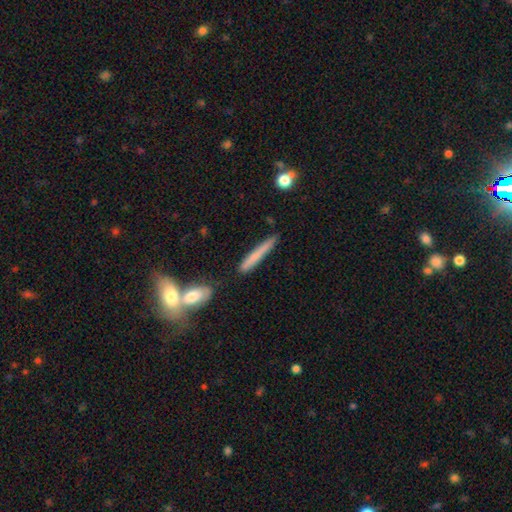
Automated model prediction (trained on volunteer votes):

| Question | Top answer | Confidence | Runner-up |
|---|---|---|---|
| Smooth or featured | smooth | 68% | featured or disk (26%) |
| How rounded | cigar-shaped | 94% | in between (4%) |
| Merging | none | 78% | minor disturbance (11%) |